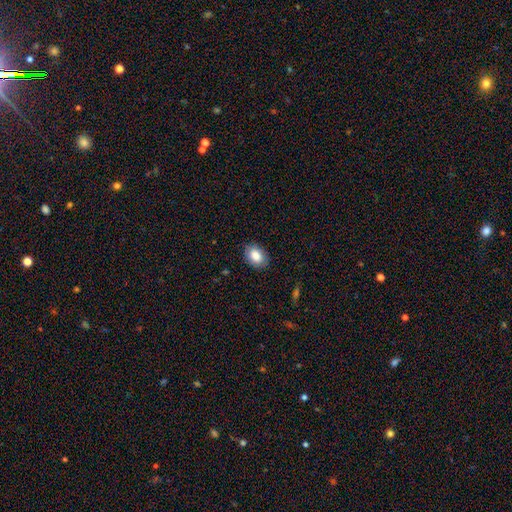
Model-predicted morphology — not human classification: Overall: smooth (85%). How rounded: in between (79%). Merging: none (86%).